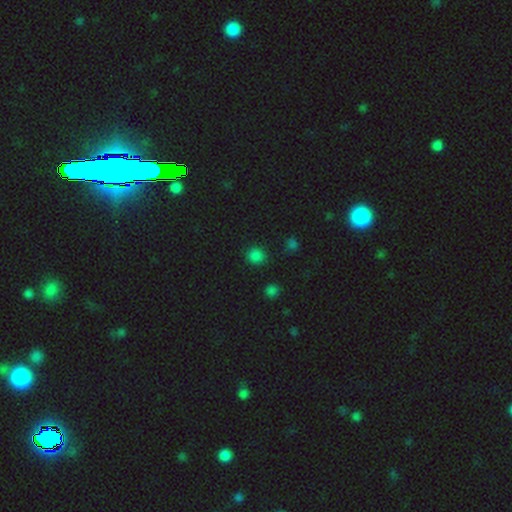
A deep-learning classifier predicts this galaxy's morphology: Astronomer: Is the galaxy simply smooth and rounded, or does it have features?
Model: smooth — 78%.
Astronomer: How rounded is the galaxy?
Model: round — 89%.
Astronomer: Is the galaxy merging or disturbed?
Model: none — 88%.